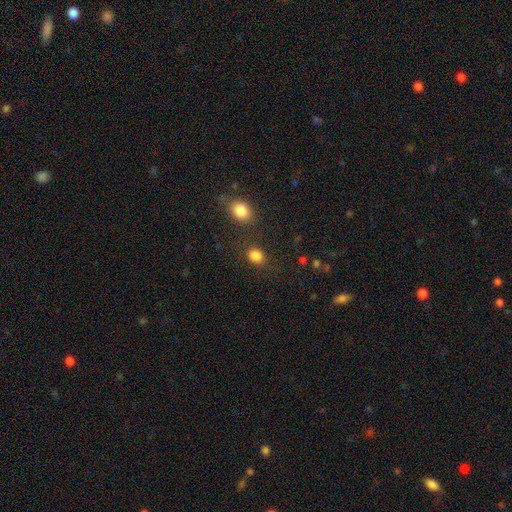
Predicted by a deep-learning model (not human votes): Smooth or featured?
  - smooth: 85% *
  - star or artifact: 11%
  - featured or disk: 4%
How rounded?
  - in between: 51% *
  - round: 48%
  - cigar-shaped: 1%
Merging?
  - none: 73% *
  - minor disturbance: 13%
  - merger: 9%
  - major disturbance: 6%